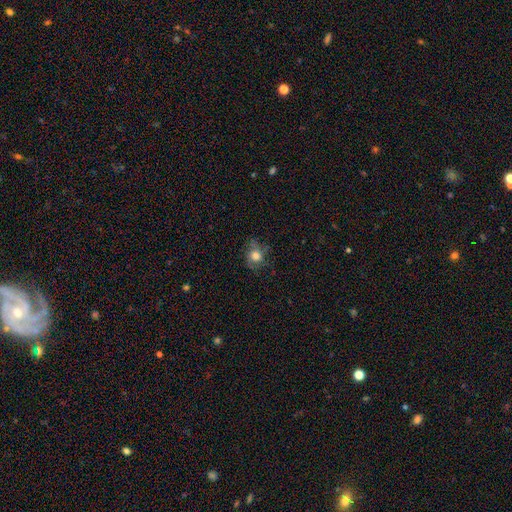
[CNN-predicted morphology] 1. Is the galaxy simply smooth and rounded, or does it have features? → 64% smooth, 23% featured or disk, 12% star or artifact.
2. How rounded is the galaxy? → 69% round, 30% in between, 1% cigar-shaped.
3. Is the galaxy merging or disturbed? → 62% none, 24% minor disturbance, 13% major disturbance, 2% merger.